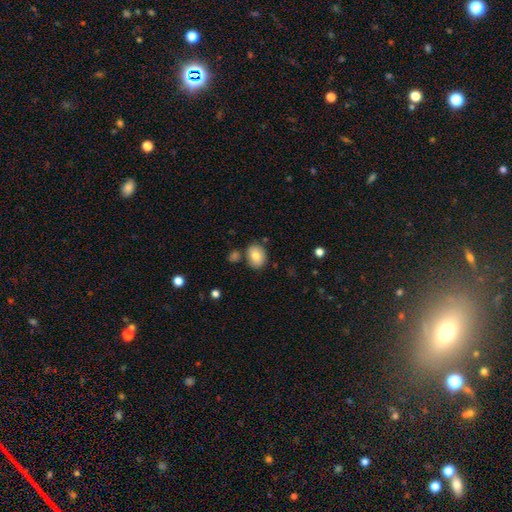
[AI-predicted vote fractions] Smooth or featured? Predicted: smooth (p=0.80). How rounded? Predicted: in between (p=0.52). Merging? Predicted: none (p=0.76).